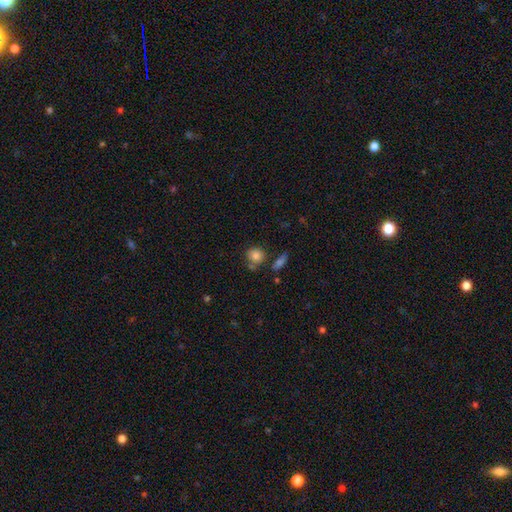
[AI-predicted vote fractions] A smooth galaxy with no disk features (82%) that is round (82%).

Vote fractions:
- Smooth or featured? smooth: 82% / star or artifact: 10% / featured or disk: 8%
- How rounded? round: 82% / in between: 16% / cigar-shaped: 2%
- Merging? none: 65% / merger: 16% / minor disturbance: 14% / major disturbance: 5%